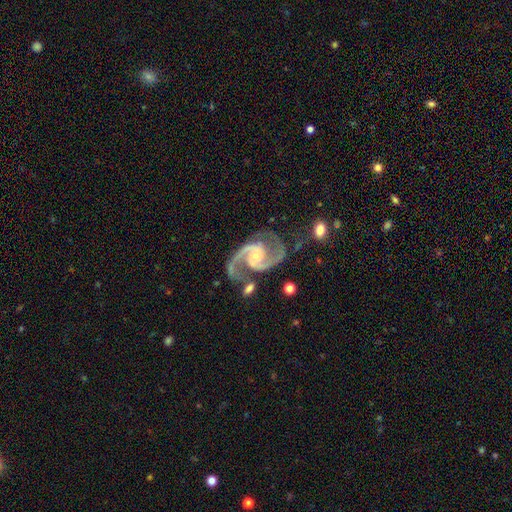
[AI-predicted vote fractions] A featured or disk galaxy (94%) with no bar (58%), 2 (93%) medium (67%) spiral arms (99%) and a small central bulge (68%).

Vote fractions:
- Smooth or featured? featured or disk: 94% / star or artifact: 4% / smooth: 2%
- Edge-on disk? no: 98% / yes: 2%
- Bar? no: 58% / weak: 29% / strong: 12%
- Spiral arms? yes: 99% / no: 1%
- Spiral winding? medium: 67% / tight: 19% / loose: 14%
- Spiral arm count? 2: 93% / 3: 2% / can't tell: 1% / 1: 1% / 4: 1% / more than 4: 1%
- Bulge size? small: 68% / moderate: 29% / none: 2% / large: 1% / dominant: 1%
- Merging? none: 66% / minor disturbance: 19% / major disturbance: 9% / merger: 7%